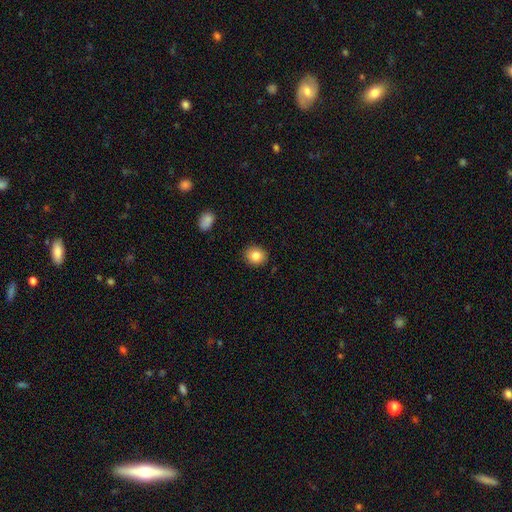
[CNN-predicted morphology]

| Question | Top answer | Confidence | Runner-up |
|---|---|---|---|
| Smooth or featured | smooth | 84% | star or artifact (9%) |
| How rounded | round | 75% | in between (24%) |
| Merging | none | 90% | minor disturbance (7%) |